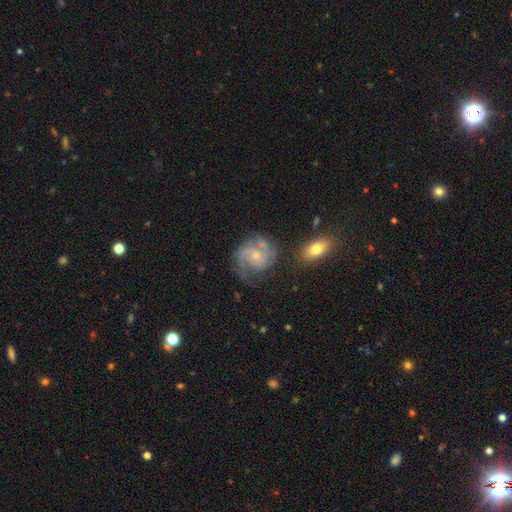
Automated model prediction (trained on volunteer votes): The model was most divided on "spiral winding": tight: 45%, medium: 41%, loose: 14%. Remaining: edge-on disk — no (98%); spiral arms — yes (95%); smooth or featured — featured or disk (81%); bar — no (63%); bulge size — small (57%); merging — none (55%); spiral arm count — 2 (49%).